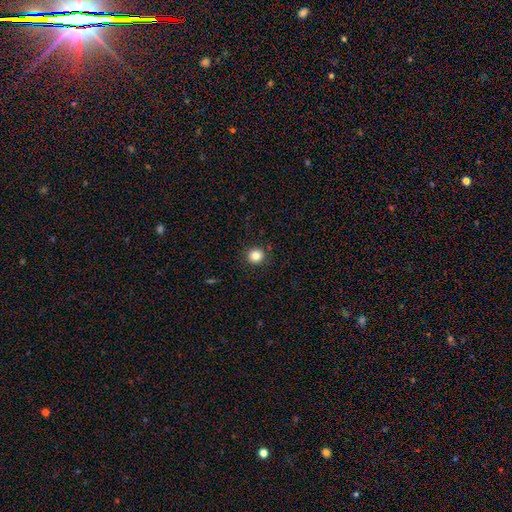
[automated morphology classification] Q: Smooth or featured?
A: smooth (83%); runner-up: star or artifact (12%)
Q: How rounded?
A: round (92%); runner-up: in between (7%)
Q: Merging?
A: none (91%); runner-up: minor disturbance (6%)